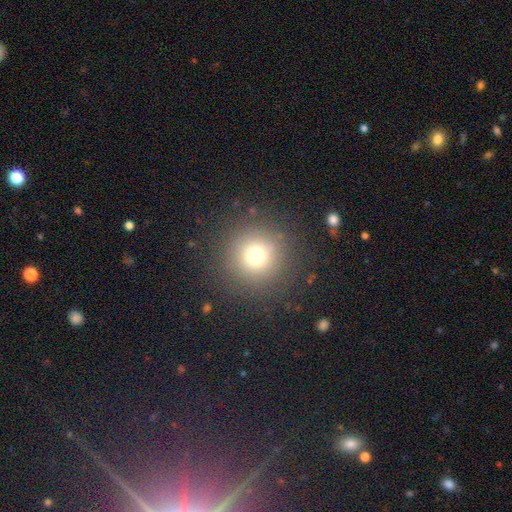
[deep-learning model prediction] Overall: smooth (74%). How rounded: round (96%). Merging: none (88%).